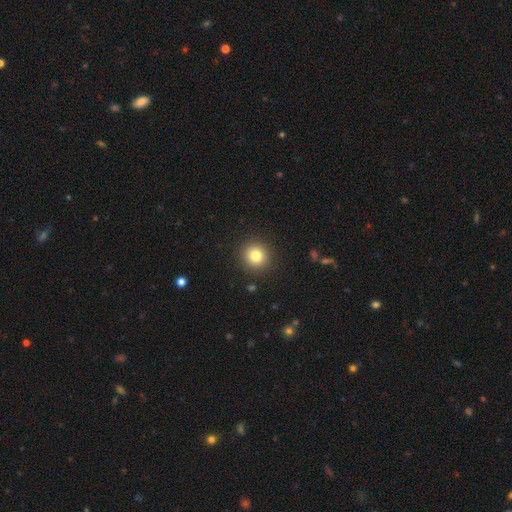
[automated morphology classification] A smooth galaxy with no disk features (81%) that is round (94%).

Vote fractions:
- Smooth or featured? smooth: 81% / star or artifact: 11% / featured or disk: 8%
- How rounded? round: 94% / in between: 5% / cigar-shaped: 1%
- Merging? none: 92% / minor disturbance: 5% / major disturbance: 2% / merger: 1%